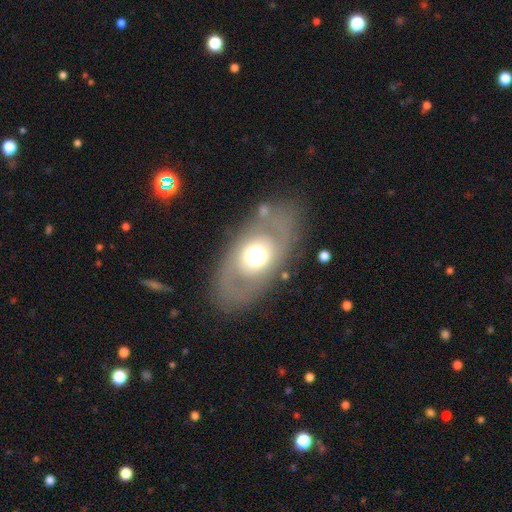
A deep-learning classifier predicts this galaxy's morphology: Smooth or featured? featured or disk (48%)
Merging? none (75%)